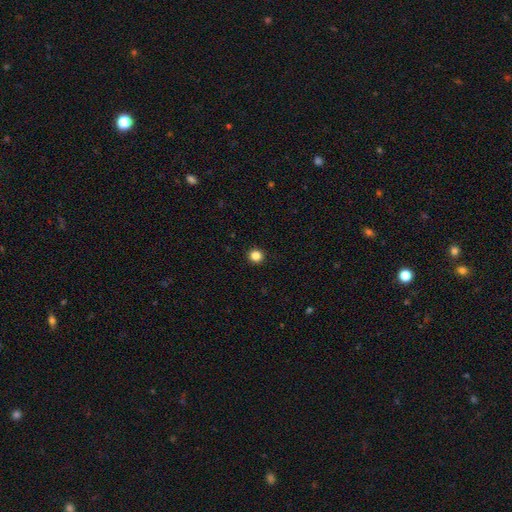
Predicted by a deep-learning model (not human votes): Smooth or featured? Predicted: smooth (p=0.85). How rounded? Predicted: round (p=0.92). Merging? Predicted: none (p=0.93).